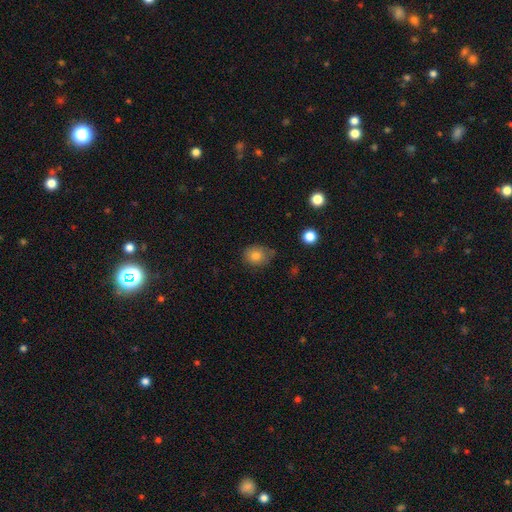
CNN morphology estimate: smooth-or-featured: smooth: 80% | star or artifact: 11% | featured or disk: 9%
  how-rounded: round: 69% | in between: 30% | cigar-shaped: 1%
  merging: none: 67% | minor disturbance: 24% | major disturbance: 5% | merger: 4%